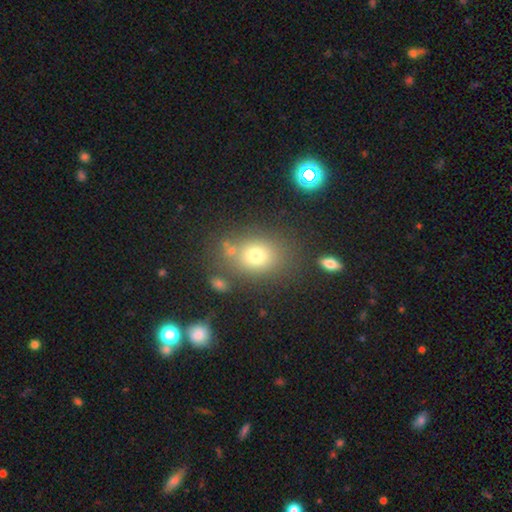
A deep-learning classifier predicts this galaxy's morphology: A smooth galaxy with no disk features (73%) that is round (55%). Merging: none (72%).